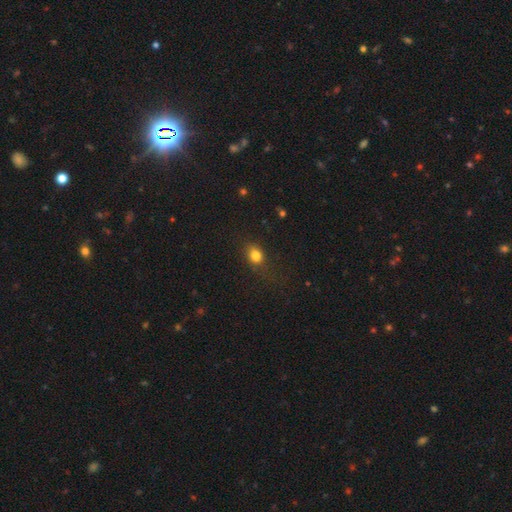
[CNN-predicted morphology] type=smooth (81%); roundness=in between (50%); merging=none (75%).